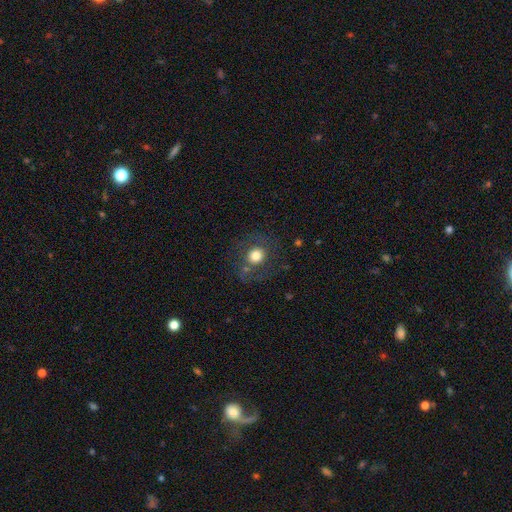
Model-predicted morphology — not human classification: smooth 69%, featured or disk 19%, star or artifact 11%. Down the decision tree: how rounded — round (83%); merging — none (73%).